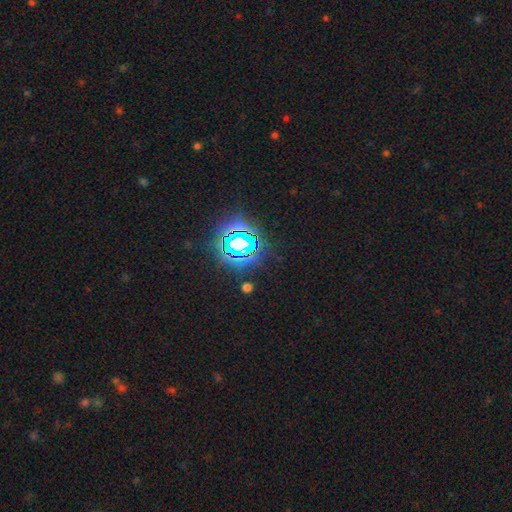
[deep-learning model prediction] The model was most divided on "smooth or featured": star or artifact: 85%, smooth: 10%, featured or disk: 6%.